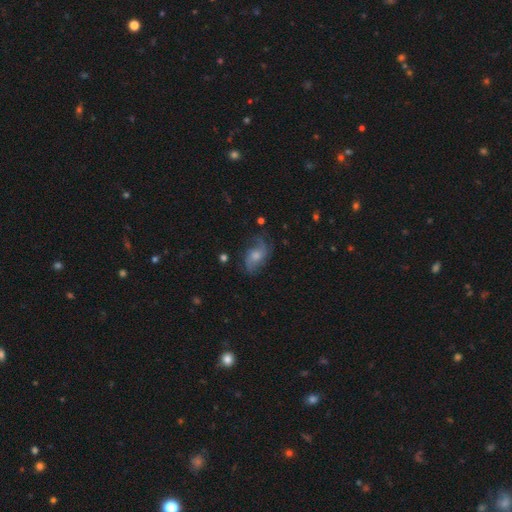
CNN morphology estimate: Smooth or featured?
  - featured or disk: 64% *
  - smooth: 27%
  - star or artifact: 9%
Edge-on disk?
  - no: 95% *
  - yes: 5%
Bar?
  - no: 69% *
  - weak: 27%
  - strong: 4%
Spiral arms?
  - yes: 89% *
  - no: 11%
Spiral winding?
  - loose: 54% *
  - medium: 34%
  - tight: 11%
Spiral arm count?
  - 2: 65% *
  - can't tell: 14%
  - 3: 10%
  - 1: 6%
  - 4: 3%
  - more than 4: 3%
Bulge size?
  - moderate: 46% *
  - small: 29%
  - large: 13%
  - none: 10%
  - dominant: 2%
Merging?
  - none: 60% *
  - minor disturbance: 23%
  - major disturbance: 15%
  - merger: 2%